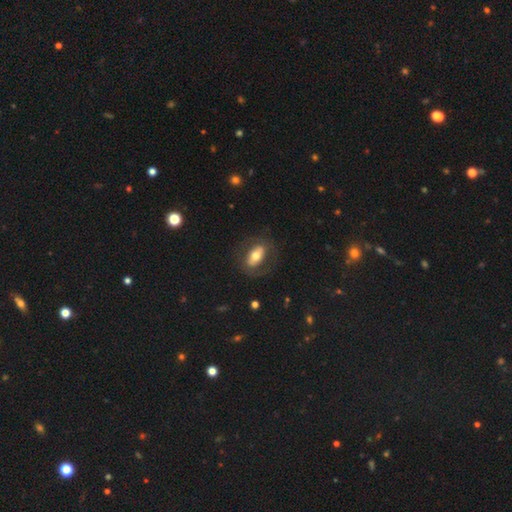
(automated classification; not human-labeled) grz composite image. It shows a smooth galaxy with no disk features (54%) that is in between round and cigar-shaped (85%). Merging: none (72%).